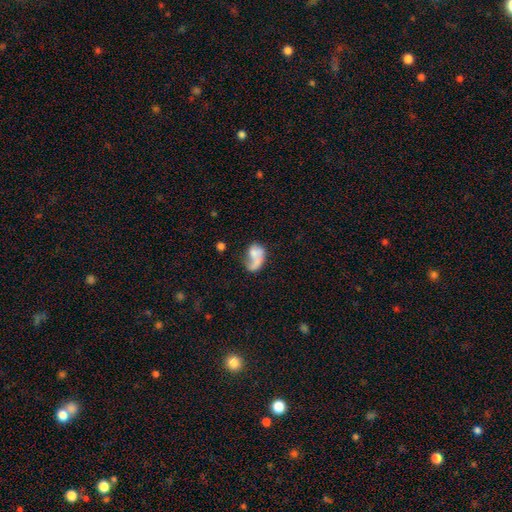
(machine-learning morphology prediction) This is possibly a smooth galaxy (49%). Merging: marginally major disturbance (37%).